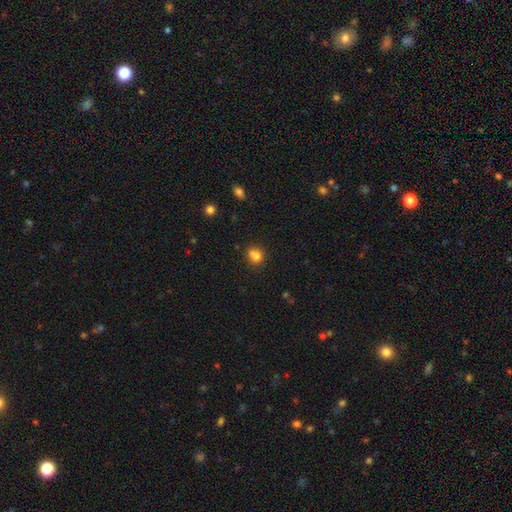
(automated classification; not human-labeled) This appears to be a smooth galaxy with no disk features (76%) that is round (71%). Merging: none (48%).